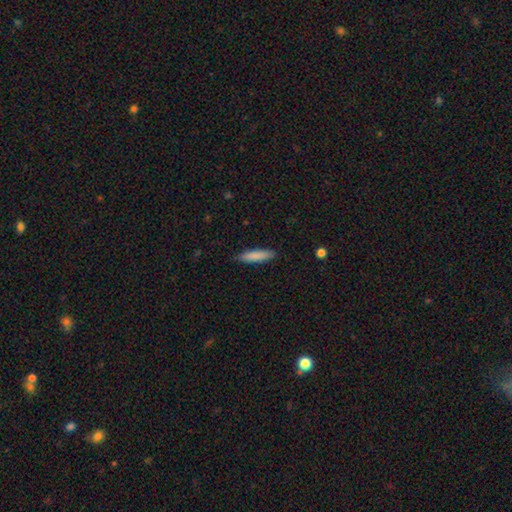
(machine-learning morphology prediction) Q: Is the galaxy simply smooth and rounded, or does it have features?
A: smooth — 85%.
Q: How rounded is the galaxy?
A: cigar-shaped — 77%.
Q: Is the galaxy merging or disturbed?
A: none — 86%.